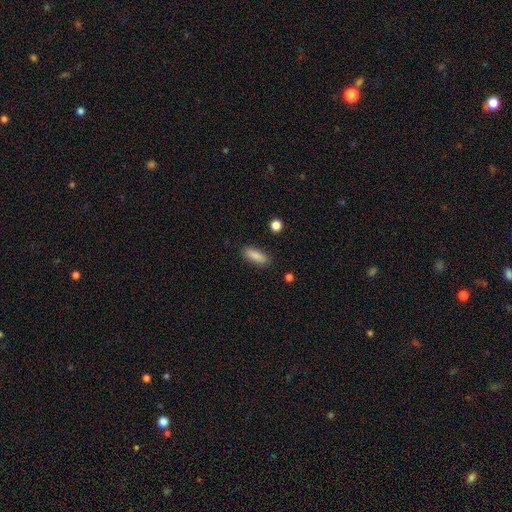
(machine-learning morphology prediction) smooth_or_featured: smooth (p=0.86) [alt: star or artifact p=0.07]
how_rounded: in between (p=0.68) [alt: cigar-shaped p=0.30]
merging: none (p=0.87) [alt: minor disturbance p=0.09]